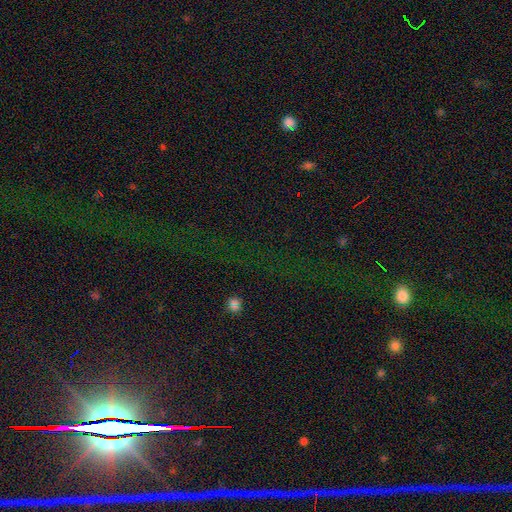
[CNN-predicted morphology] star or artifact 84%, featured or disk 8%, smooth 8%.